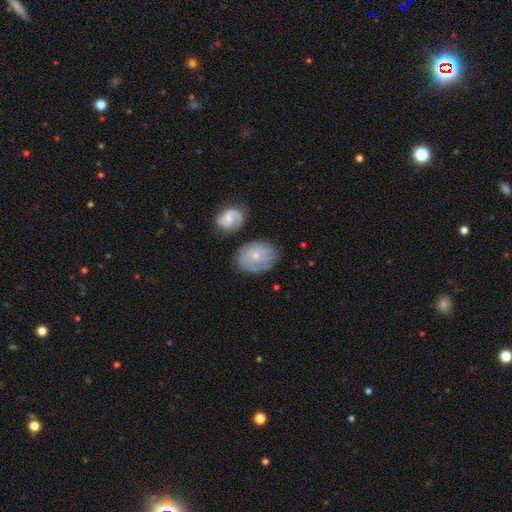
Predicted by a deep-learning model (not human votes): Smooth or featured? featured or disk (58%)
Edge-on disk? no (96%)
Bar? no (75%)
Spiral arms? yes (77%)
Bulge size? small (56%)
Merging? none (67%)